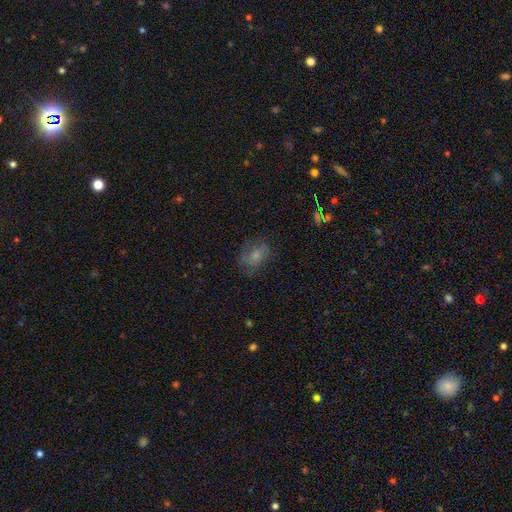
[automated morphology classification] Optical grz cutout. It shows a smooth galaxy with no disk features (63%) that is in between round and cigar-shaped (61%). Merging: none (64%).